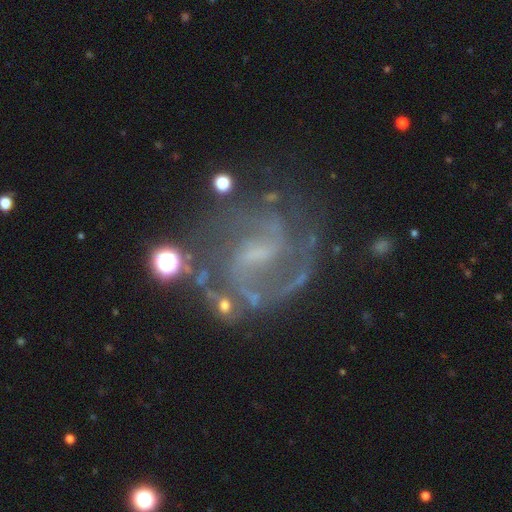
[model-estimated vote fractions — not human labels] Smooth or featured: featured or disk — 88% (star or artifact — 8%)
Edge-on disk: no — 98% (yes — 2%)
Bar: weak — 55% (strong — 25%)
Spiral arms: yes — 96% (no — 4%)
Spiral winding: medium — 54% (tight — 31%)
Spiral arm count: 2 — 75% (can't tell — 9%)
Bulge size: small — 53% (none — 31%)
Merging: none — 67% (minor disturbance — 17%)